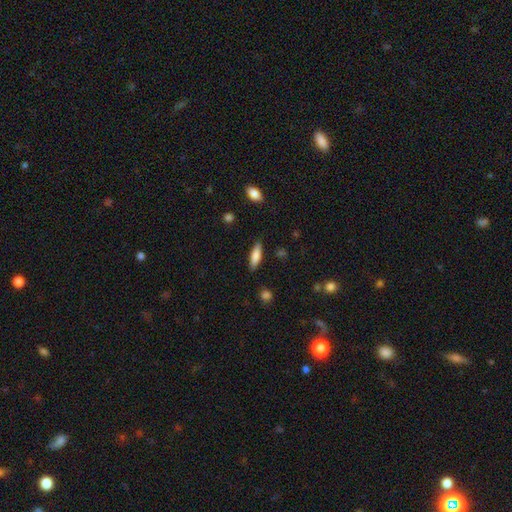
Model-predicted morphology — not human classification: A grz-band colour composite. It shows a smooth galaxy with no disk features (77%) that is cigar-shaped (57%). Merging: none (85%).